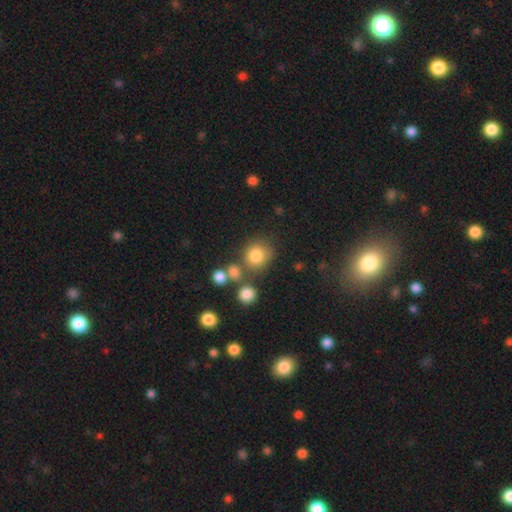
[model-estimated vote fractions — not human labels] Smooth or featured?
  - smooth: 79% *
  - star or artifact: 13%
  - featured or disk: 8%
How rounded?
  - round: 84% *
  - in between: 15%
  - cigar-shaped: 1%
Merging?
  - none: 64% *
  - merger: 18%
  - minor disturbance: 12%
  - major disturbance: 6%